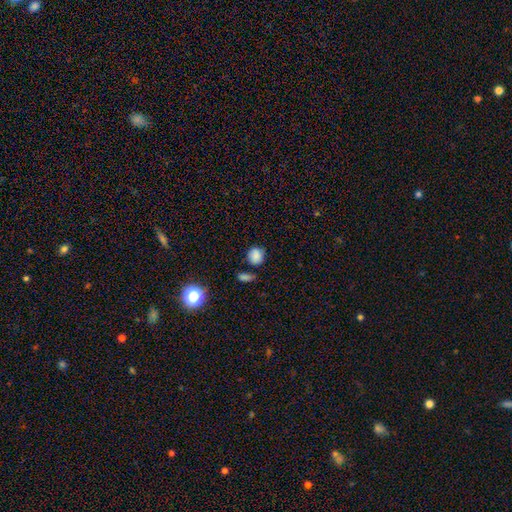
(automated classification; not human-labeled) Smooth or featured? Predicted: smooth (p=0.83). How rounded? Predicted: round (p=0.81). Merging? Predicted: none (p=0.74).